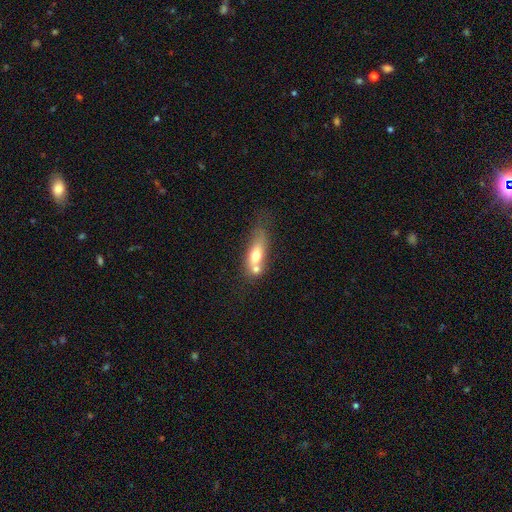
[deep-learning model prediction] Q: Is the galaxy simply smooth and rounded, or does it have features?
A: smooth — 63%.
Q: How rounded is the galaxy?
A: in between — 65%.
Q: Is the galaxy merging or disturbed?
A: merger — 49%.